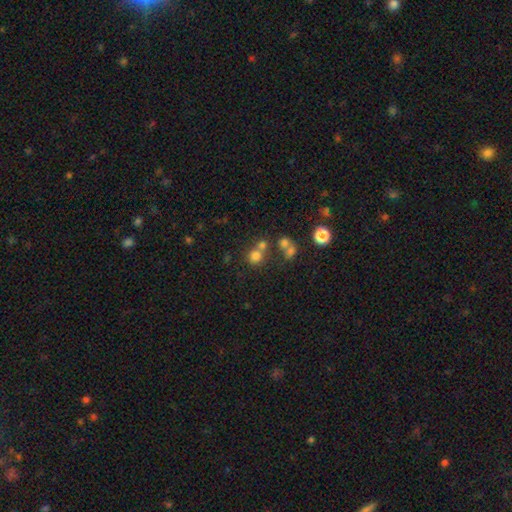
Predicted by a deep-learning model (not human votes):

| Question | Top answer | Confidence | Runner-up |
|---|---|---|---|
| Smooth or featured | smooth | 72% | star or artifact (18%) |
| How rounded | round | 86% | in between (13%) |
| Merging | none | 54% | merger (33%) |